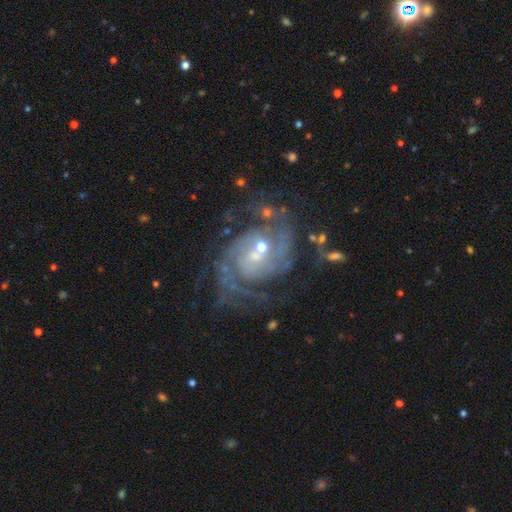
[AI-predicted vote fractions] This appears to be a featured or disk galaxy (89%) with no bar (47%), 2 (50%) tight (47%) spiral arms (97%) and a small central bulge (55%). Merging: none (64%).